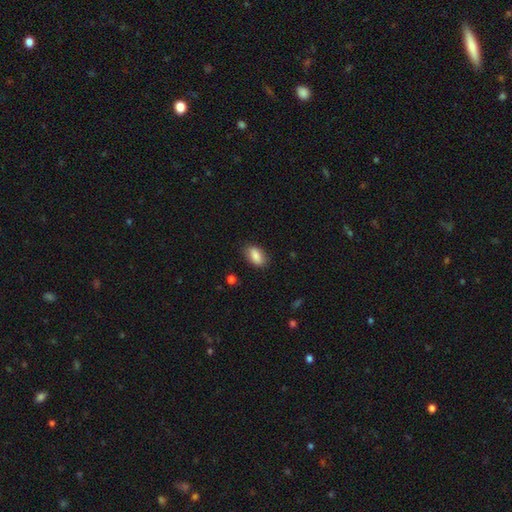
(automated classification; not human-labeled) This is clearly a smooth galaxy (85%). How rounded: clearly in between (89%). Merging: clearly none (83%).